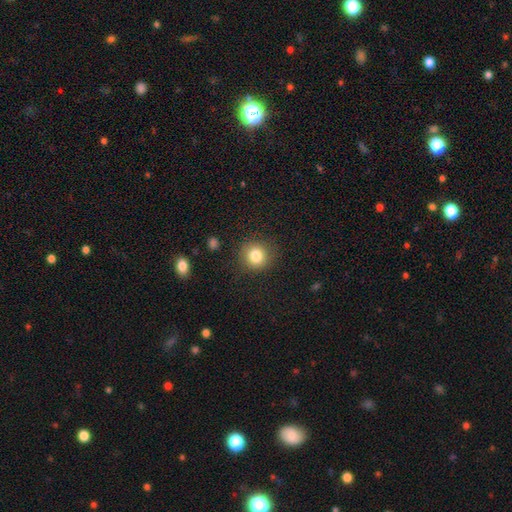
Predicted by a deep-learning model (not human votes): This appears to be a smooth galaxy with no disk features (82%) that is round (90%). Merging: none (87%).